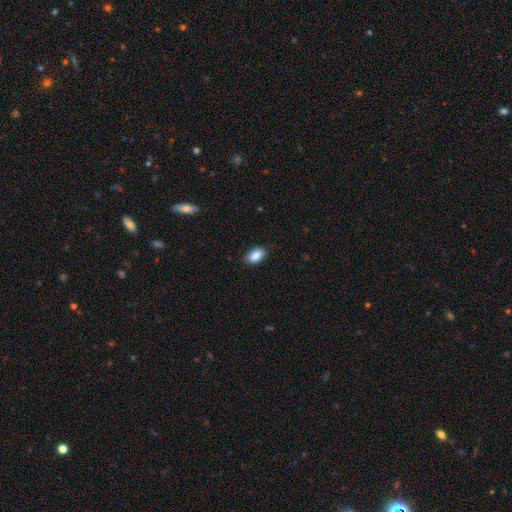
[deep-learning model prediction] The model was most divided on "merging": none: 85%, minor disturbance: 12%, major disturbance: 2%, merger: 1%. More confident: how rounded — in between (92%); smooth or featured — smooth (87%).